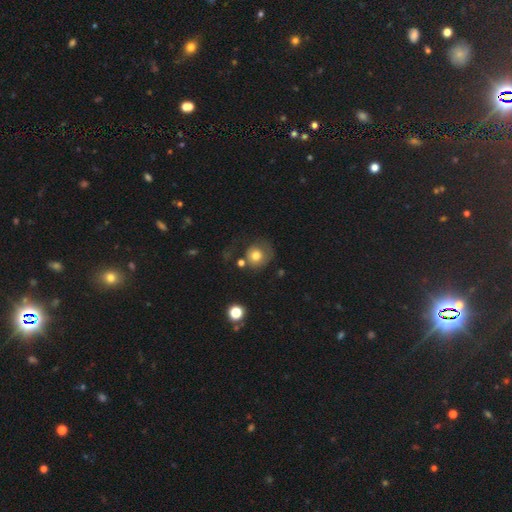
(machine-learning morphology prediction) Smooth or featured: smooth — 70% (featured or disk — 21%)
How rounded: round — 82% (in between — 17%)
Merging: none — 47% (major disturbance — 24%)